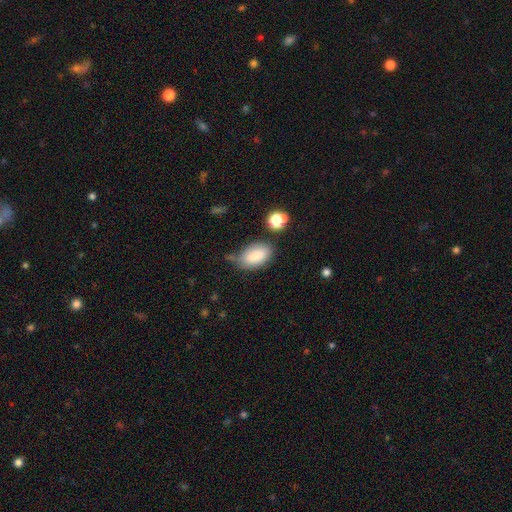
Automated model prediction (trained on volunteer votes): The model was most divided on "merging": none: 57%, minor disturbance: 26%, merger: 9%, major disturbance: 8%. More confident: how rounded — in between (91%); smooth or featured — smooth (84%).